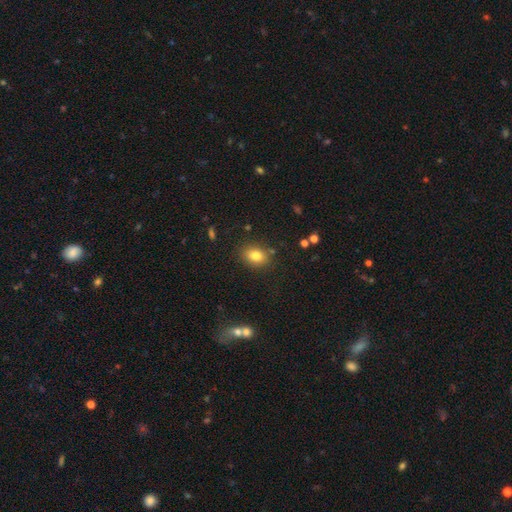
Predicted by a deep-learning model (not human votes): smooth 81%, star or artifact 11%, featured or disk 8%. Down the decision tree: how rounded — in between (65%); merging — none (84%).